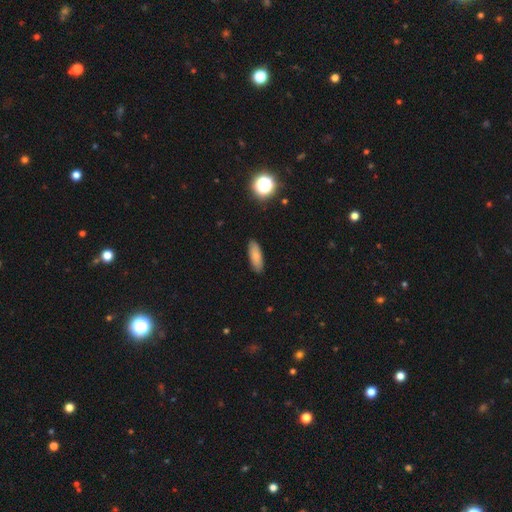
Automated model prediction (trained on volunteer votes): smooth_or_featured: smooth (p=0.82) [alt: featured or disk p=0.09]
how_rounded: in between (p=0.63) [alt: cigar-shaped p=0.35]
merging: none (p=0.87) [alt: minor disturbance p=0.10]